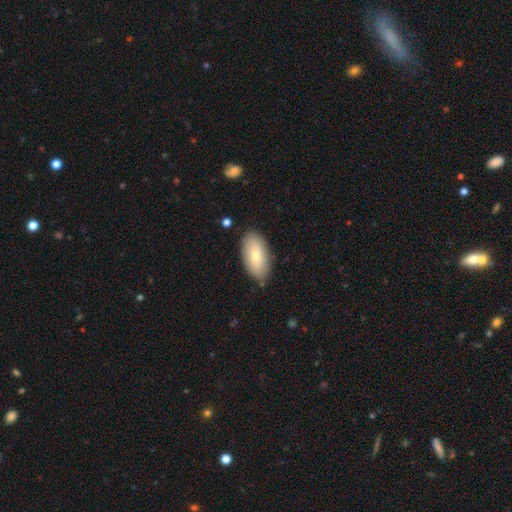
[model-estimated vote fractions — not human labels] The model was most divided on "smooth or featured": smooth: 74%, featured or disk: 20%, star or artifact: 6%. More confident: how rounded — in between (94%); merging — none (84%).